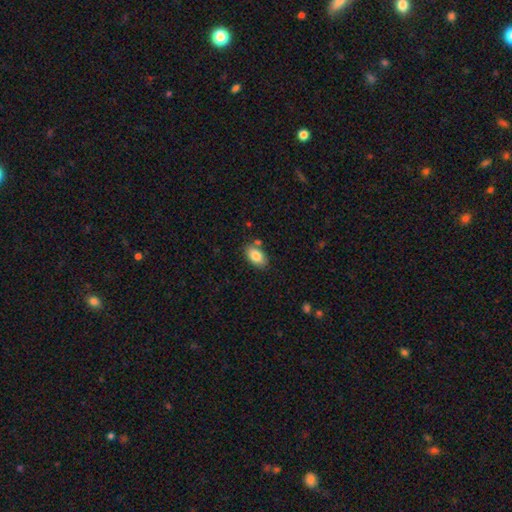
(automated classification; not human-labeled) smooth_or_featured: smooth (p=0.85) [alt: featured or disk p=0.08]
how_rounded: in between (p=0.92) [alt: round p=0.07]
merging: none (p=0.75) [alt: minor disturbance p=0.14]